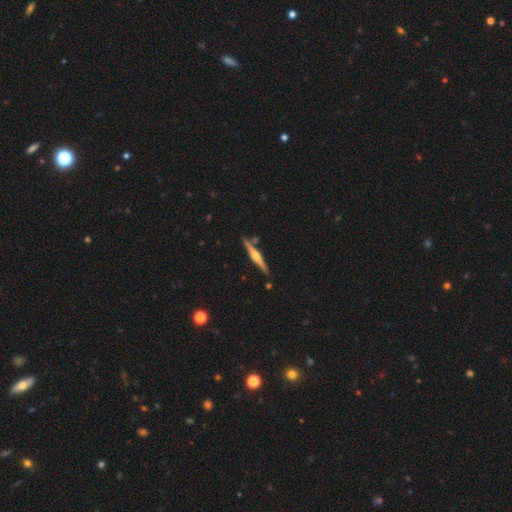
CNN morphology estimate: This appears to be a featured or disk galaxy (74%) viewed edge-on (98%) with a rounded central bulge (85%). Merging: none (86%).